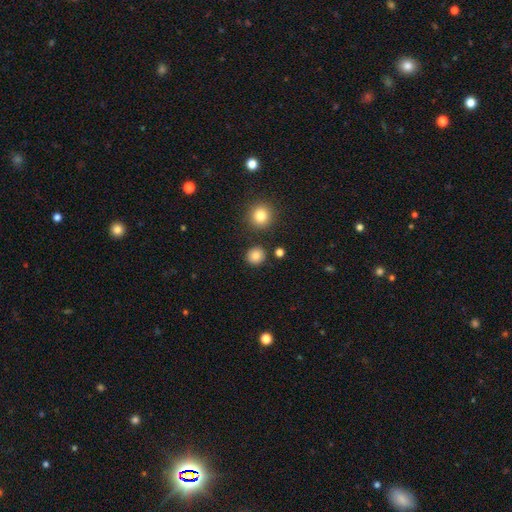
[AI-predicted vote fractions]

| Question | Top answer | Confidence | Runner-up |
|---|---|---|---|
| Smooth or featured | smooth | 83% | star or artifact (11%) |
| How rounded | round | 90% | in between (9%) |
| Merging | none | 88% | minor disturbance (6%) |